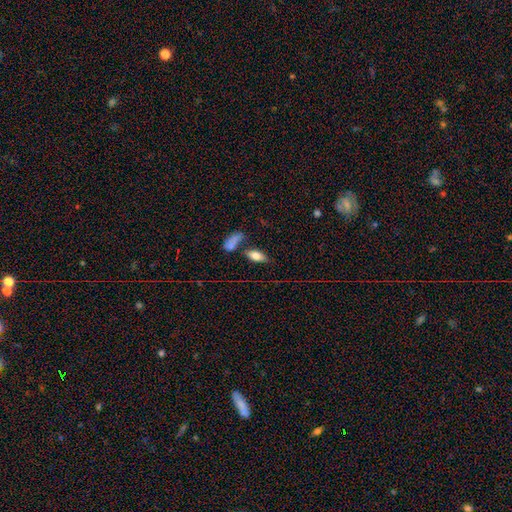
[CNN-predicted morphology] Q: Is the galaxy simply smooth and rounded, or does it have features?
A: smooth — 75%.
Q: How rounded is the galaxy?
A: in between — 84%.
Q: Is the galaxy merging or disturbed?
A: none — 68%.